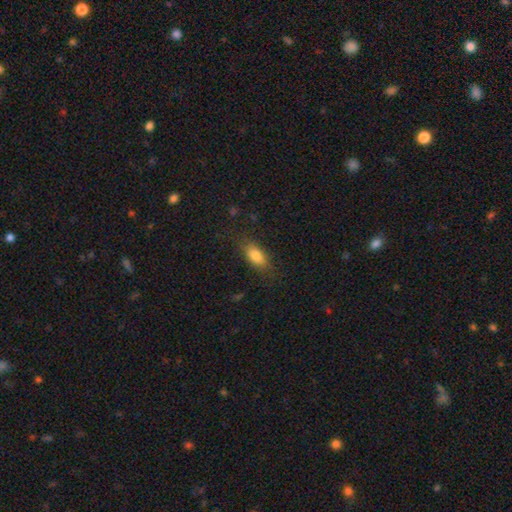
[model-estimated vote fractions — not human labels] Overall: smooth (81%). How rounded: in between (83%). Merging: none (79%).